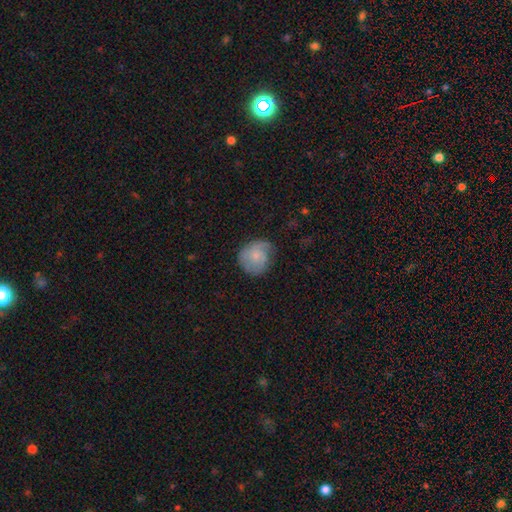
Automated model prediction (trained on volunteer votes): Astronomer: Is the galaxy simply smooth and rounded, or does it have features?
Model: smooth — 57% (runner-up: featured or disk, 36%).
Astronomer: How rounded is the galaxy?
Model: round — 79%.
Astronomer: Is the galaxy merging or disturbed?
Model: none — 57%.